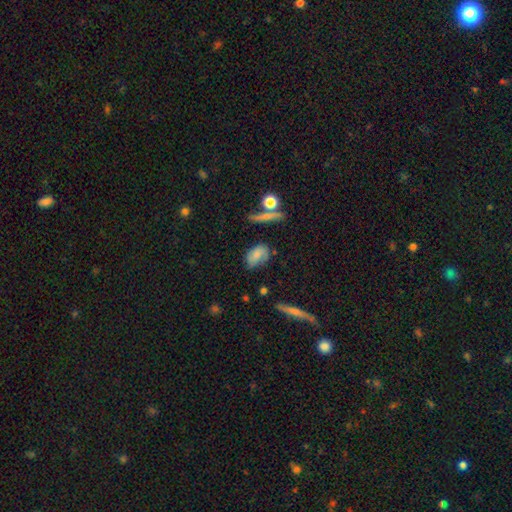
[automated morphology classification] Smooth or featured: smooth — 71% (featured or disk — 20%)
How rounded: in between — 83% (round — 12%)
Merging: none — 53% (minor disturbance — 31%)